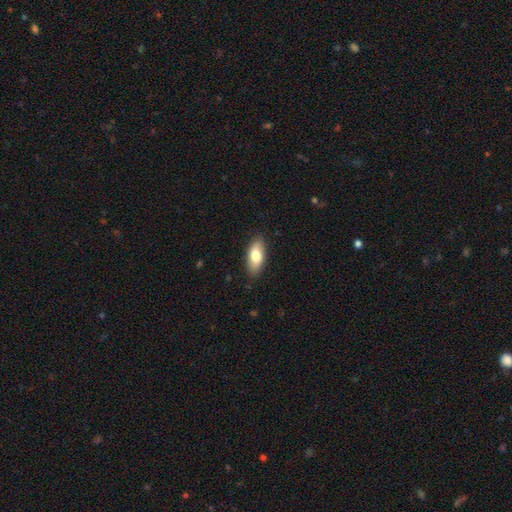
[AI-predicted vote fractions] smooth-or-featured: smooth: 76% | featured or disk: 18% | star or artifact: 6%
  how-rounded: in between: 84% | cigar-shaped: 13% | round: 3%
  merging: none: 86% | minor disturbance: 11% | major disturbance: 2% | merger: 1%